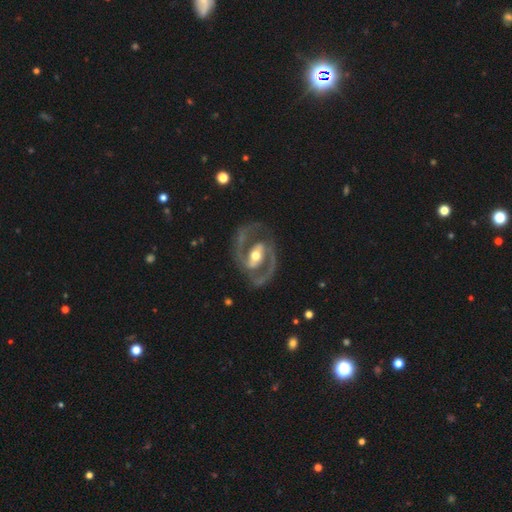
featured or disk 95%, star or artifact 5%, smooth 0%. Down the decision tree: edge-on disk — no (97%); bar — strong (49%); spiral arms — yes (97%); spiral arm count — 2 (100%); spiral winding — medium (71%); bulge size — moderate (71%); merging — none (89%).